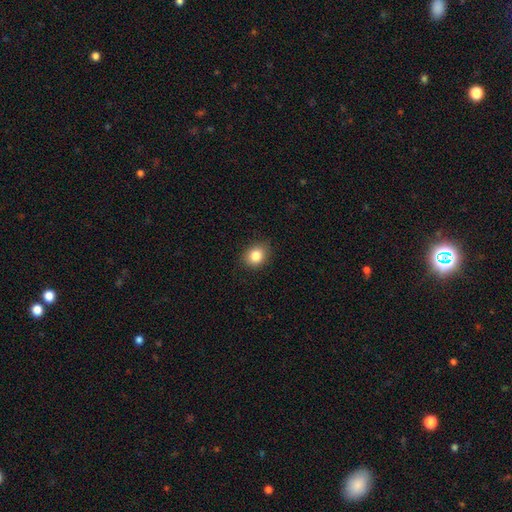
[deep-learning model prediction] This appears to be a smooth galaxy with no disk features (84%) that is round (53%). Merging: none (88%).